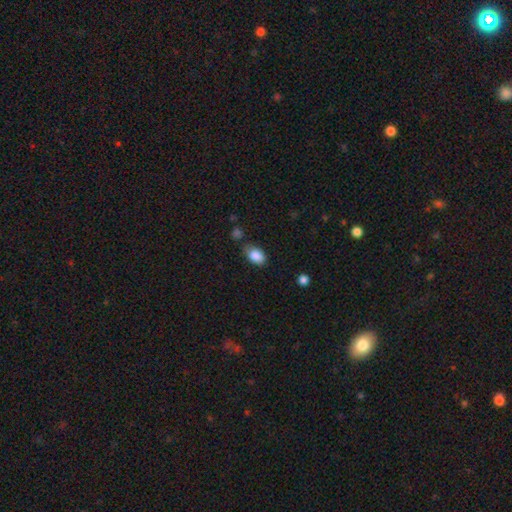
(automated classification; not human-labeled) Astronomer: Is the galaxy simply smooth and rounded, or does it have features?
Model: smooth — 87%.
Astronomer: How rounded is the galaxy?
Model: in between — 86%.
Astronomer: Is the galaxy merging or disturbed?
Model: none — 65%.